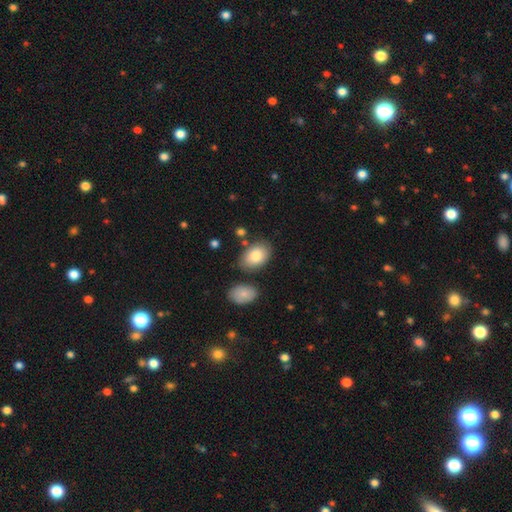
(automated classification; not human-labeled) Smooth or featured? Predicted: smooth (p=0.81). How rounded? Predicted: in between (p=0.87). Merging? Predicted: none (p=0.73).